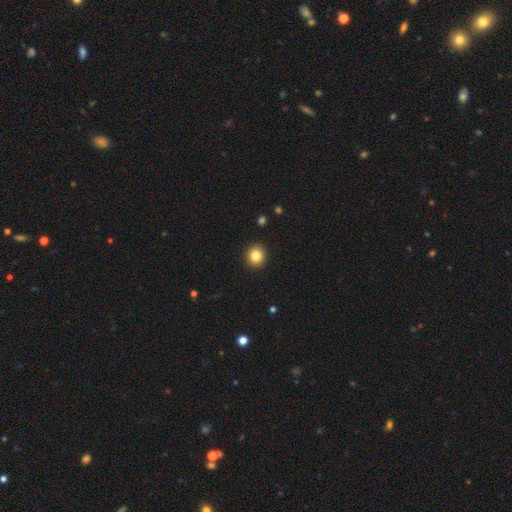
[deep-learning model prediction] A smooth galaxy with no disk features (84%) that is round (88%). Merging: none (92%).